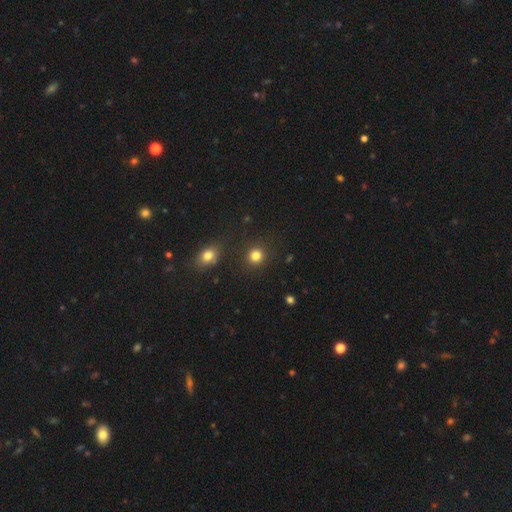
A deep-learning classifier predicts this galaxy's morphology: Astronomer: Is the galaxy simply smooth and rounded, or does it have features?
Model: smooth — 82%.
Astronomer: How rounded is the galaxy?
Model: round — 89%.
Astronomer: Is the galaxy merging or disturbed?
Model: none — 88%.